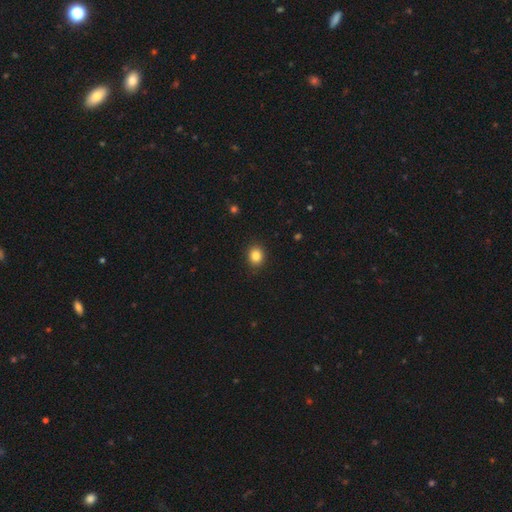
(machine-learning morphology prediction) type=smooth (85%); roundness=round (72%); merging=none (90%).